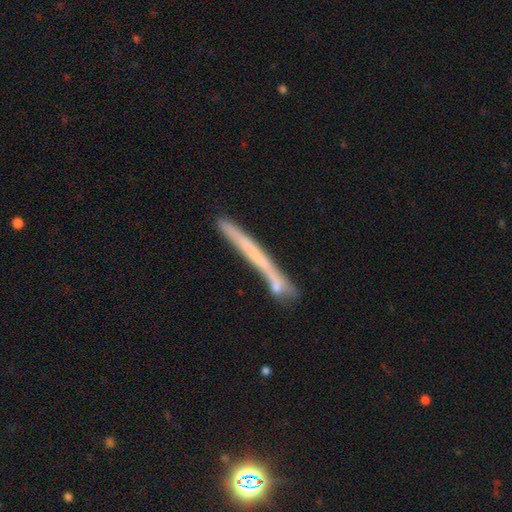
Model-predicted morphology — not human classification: This appears to be a featured or disk galaxy (46%). Merging: none (73%).